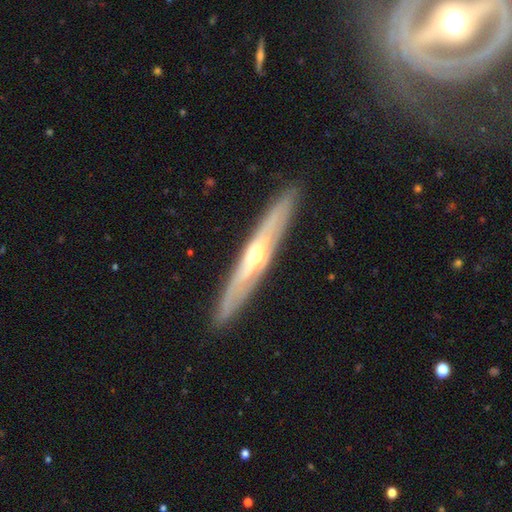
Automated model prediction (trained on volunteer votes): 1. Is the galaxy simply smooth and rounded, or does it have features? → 73% featured or disk, 21% smooth, 5% star or artifact.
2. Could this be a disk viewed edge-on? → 78% yes, 22% no.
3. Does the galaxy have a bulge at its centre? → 78% rounded, 19% none, 3% boxy.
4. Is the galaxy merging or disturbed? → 88% none, 8% minor disturbance, 2% major disturbance, 1% merger.